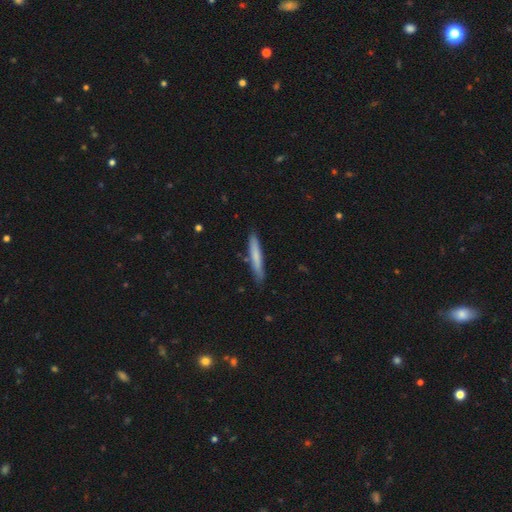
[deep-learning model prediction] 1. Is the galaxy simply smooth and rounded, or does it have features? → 71% smooth, 23% featured or disk, 6% star or artifact.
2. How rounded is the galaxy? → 95% cigar-shaped, 4% in between, 1% round.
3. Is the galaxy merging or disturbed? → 85% none, 11% minor disturbance, 2% merger, 2% major disturbance.